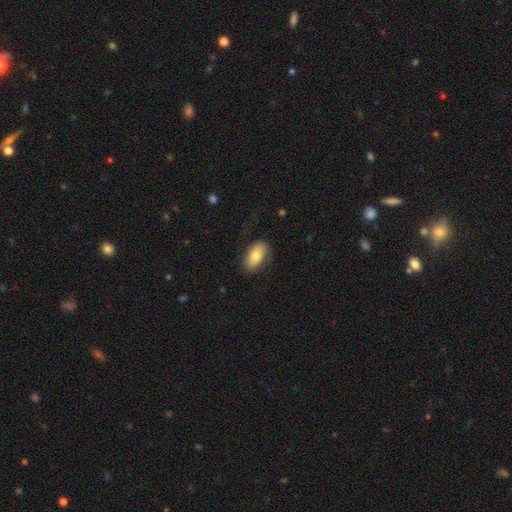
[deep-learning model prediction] This appears to be a smooth galaxy with no disk features (78%) that is in between round and cigar-shaped (93%). Merging: none (82%).